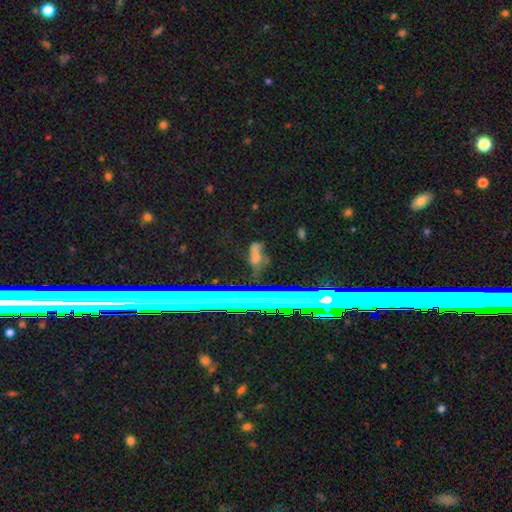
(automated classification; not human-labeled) The model was most divided on "smooth or featured": smooth: 38%, star or artifact: 34%, featured or disk: 29%. More confident: merging — none (54%).